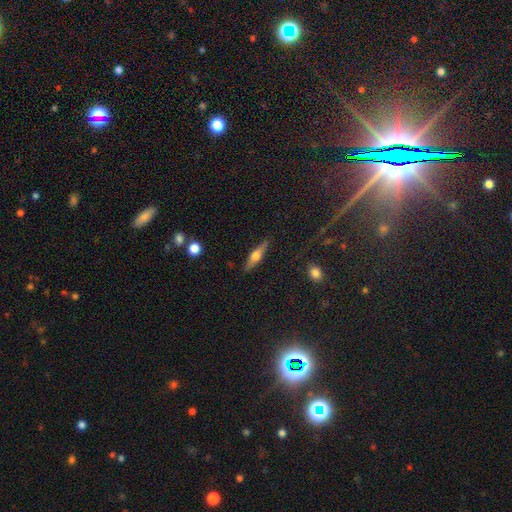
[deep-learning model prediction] This is likely a featured or disk galaxy (60%). It is clearly viewed edge-on (96%). Edge-on bulge: clearly rounded (91%). Merging: clearly none (88%).